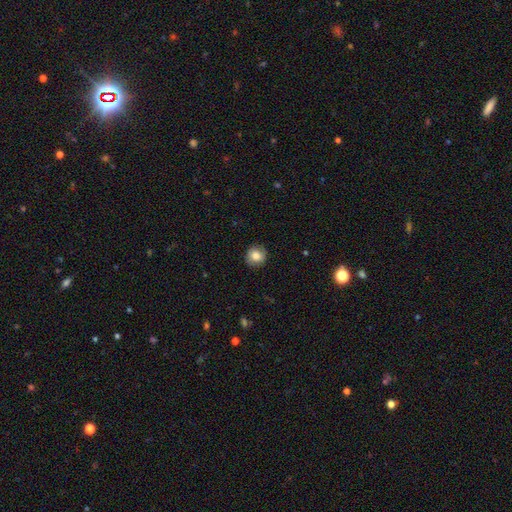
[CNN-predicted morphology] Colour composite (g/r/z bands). It shows a smooth galaxy with no disk features (76%) that is round (87%). Merging: none (86%).